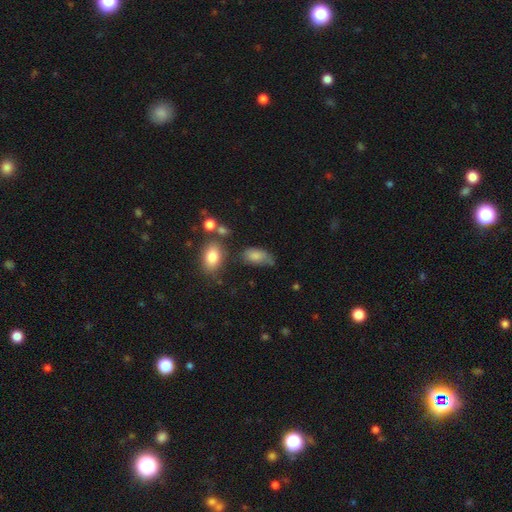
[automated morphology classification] Smooth or featured? smooth (79%)
How rounded? in between (90%)
Merging? none (41%)